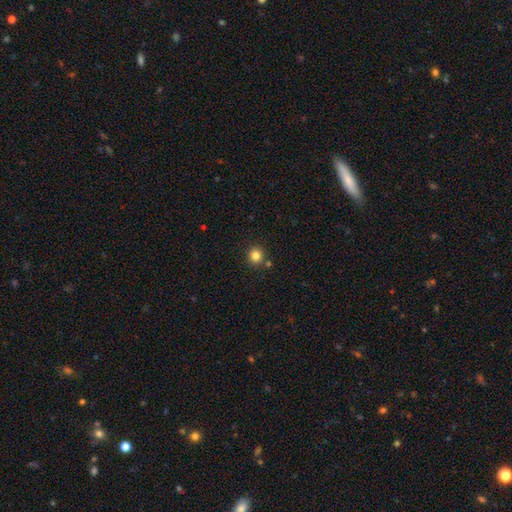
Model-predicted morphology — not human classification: smooth 82%, star or artifact 12%, featured or disk 5%. Down the decision tree: how rounded — round (92%); merging — none (84%).